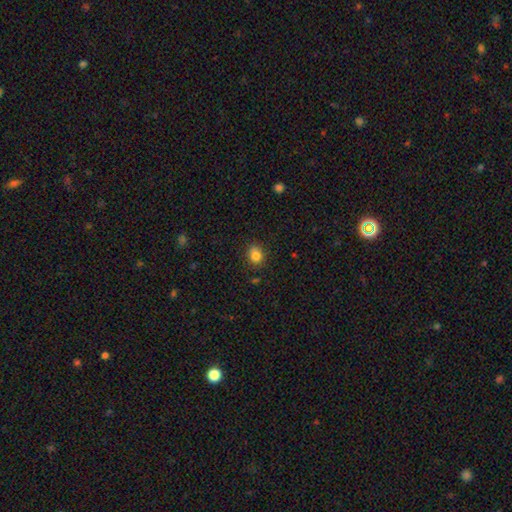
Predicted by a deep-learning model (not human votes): Smooth or featured?
  - smooth: 83% *
  - star or artifact: 11%
  - featured or disk: 6%
How rounded?
  - round: 67% *
  - in between: 33%
  - cigar-shaped: 1%
Merging?
  - none: 84% *
  - minor disturbance: 12%
  - major disturbance: 3%
  - merger: 2%